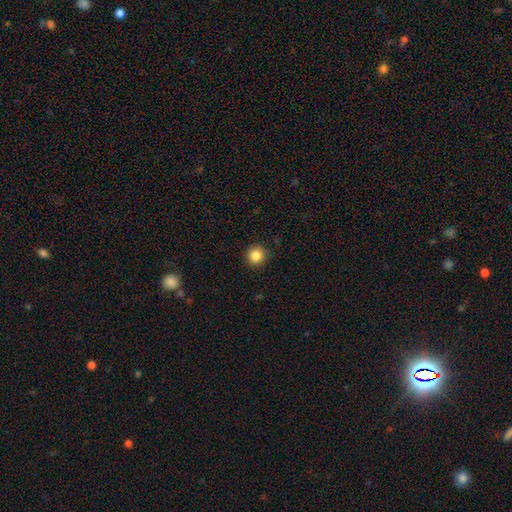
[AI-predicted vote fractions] smooth-or-featured: smooth: 85% | star or artifact: 10% | featured or disk: 4%
  how-rounded: round: 94% | in between: 5% | cigar-shaped: 1%
  merging: none: 90% | minor disturbance: 7% | major disturbance: 2% | merger: 1%